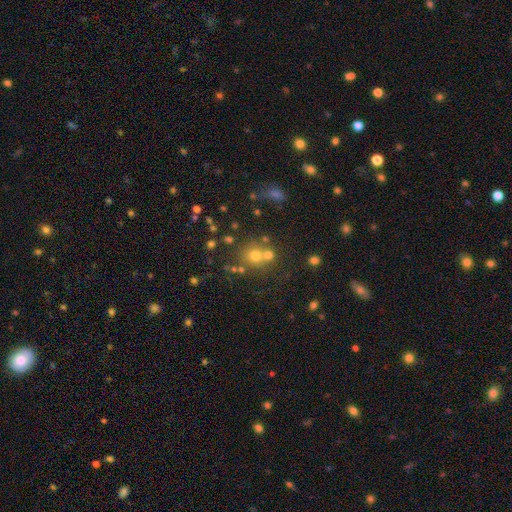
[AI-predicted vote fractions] smooth_or_featured: smooth (p=0.61) [alt: star or artifact p=0.25]
how_rounded: round (p=0.84) [alt: in between p=0.15]
merging: none (p=0.56) [alt: merger p=0.31]